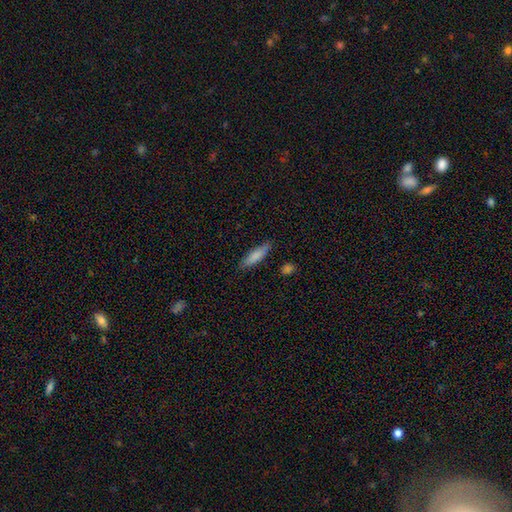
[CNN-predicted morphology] Smooth or featured?
  - smooth: 81% *
  - featured or disk: 12%
  - star or artifact: 6%
How rounded?
  - cigar-shaped: 68% *
  - in between: 30%
  - round: 2%
Merging?
  - none: 84% *
  - minor disturbance: 12%
  - major disturbance: 2%
  - merger: 2%